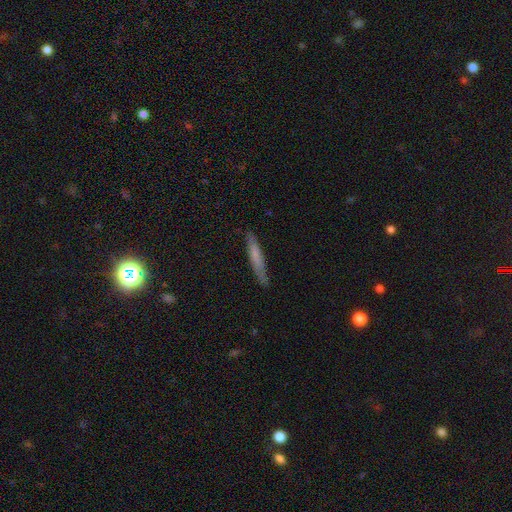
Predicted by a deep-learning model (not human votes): A smooth galaxy with no disk features (62%) that is cigar-shaped (93%). Merging: none (82%).